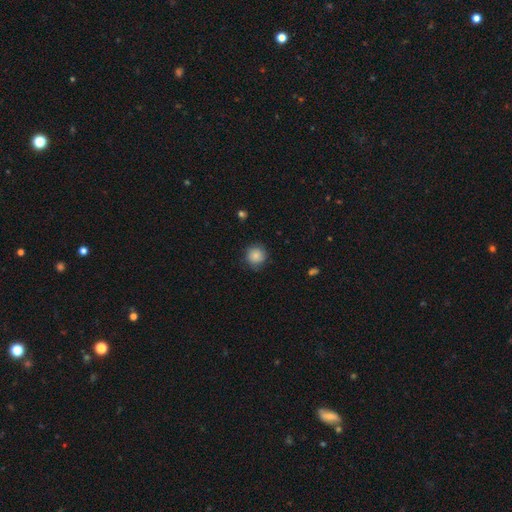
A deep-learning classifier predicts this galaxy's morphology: This is clearly a smooth galaxy (85%). How rounded: clearly round (93%). Merging: clearly none (81%).